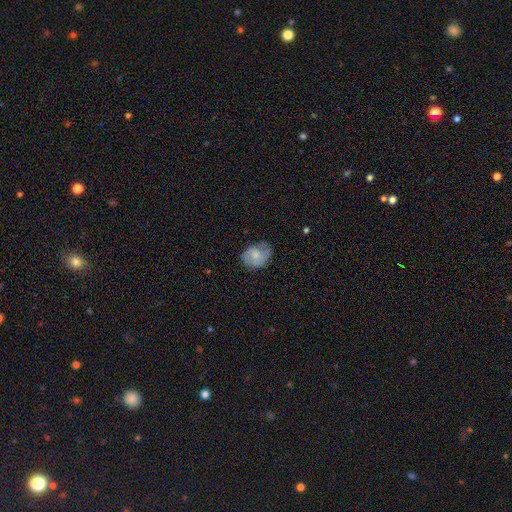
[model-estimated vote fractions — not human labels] Smooth or featured? Predicted: smooth (p=0.59). How rounded? Predicted: in between (p=0.57). Merging? Predicted: none (p=0.54).